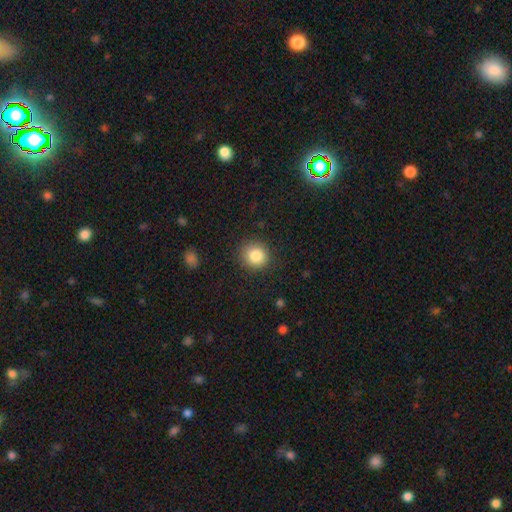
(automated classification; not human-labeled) smooth 84%, star or artifact 10%, featured or disk 6%. Down the decision tree: how rounded — round (89%); merging — none (88%).